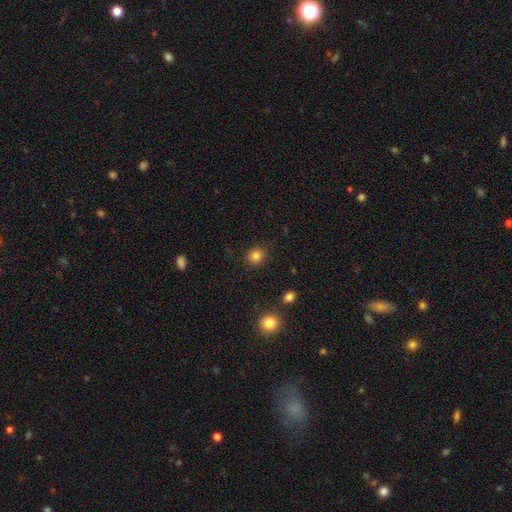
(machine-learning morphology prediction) Smooth or featured?
  - smooth: 84% *
  - star or artifact: 12%
  - featured or disk: 4%
How rounded?
  - round: 83% *
  - in between: 16%
  - cigar-shaped: 1%
Merging?
  - none: 87% *
  - minor disturbance: 8%
  - major disturbance: 3%
  - merger: 2%